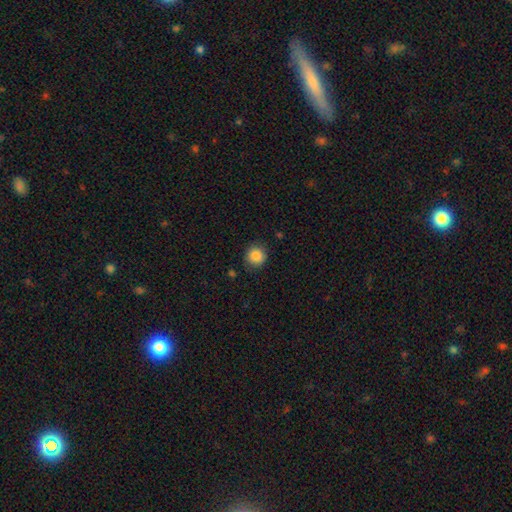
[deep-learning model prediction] A smooth galaxy with no disk features (86%) that is round (91%). Merging: none (87%).